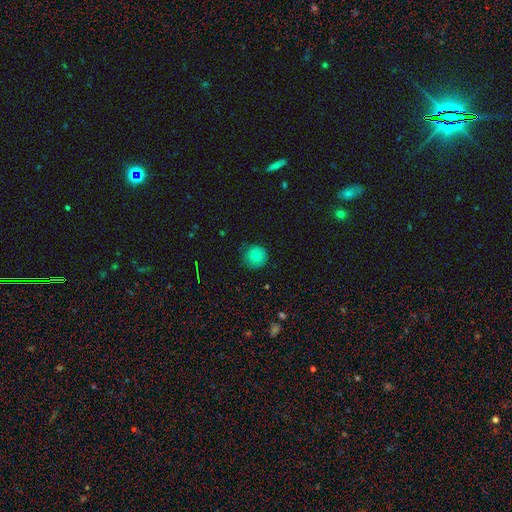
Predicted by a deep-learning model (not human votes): A smooth galaxy with no disk features (76%) that is round (95%).

Vote fractions:
- Smooth or featured? smooth: 76% / featured or disk: 13% / star or artifact: 11%
- How rounded? round: 95% / in between: 4% / cigar-shaped: 1%
- Merging? none: 83% / minor disturbance: 13% / major disturbance: 3% / merger: 1%